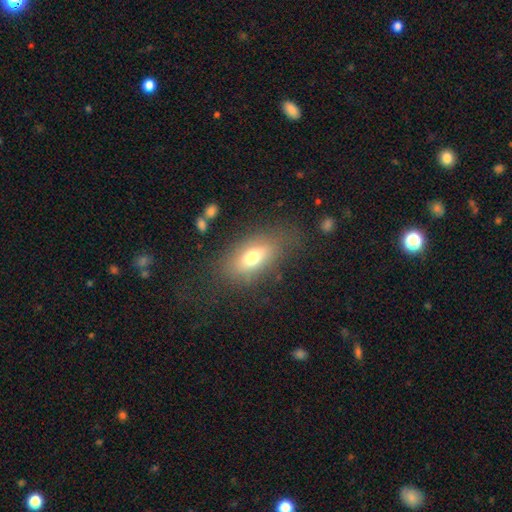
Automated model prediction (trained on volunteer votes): Q: Smooth or featured?
A: smooth (69%); runner-up: featured or disk (21%)
Q: How rounded?
A: in between (83%); runner-up: round (9%)
Q: Merging?
A: none (71%); runner-up: minor disturbance (17%)